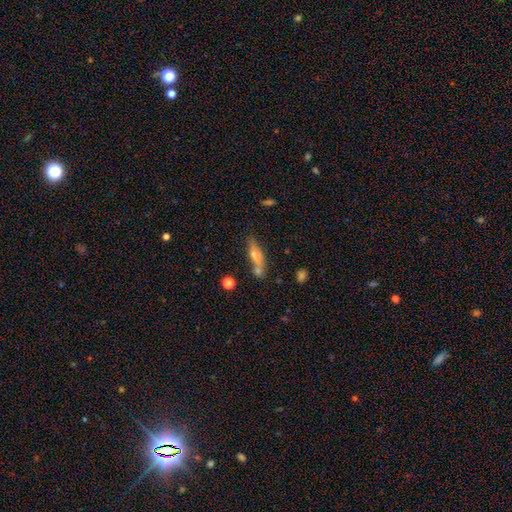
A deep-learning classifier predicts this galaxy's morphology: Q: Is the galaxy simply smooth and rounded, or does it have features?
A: smooth — 63%.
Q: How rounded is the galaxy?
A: cigar-shaped — 58%.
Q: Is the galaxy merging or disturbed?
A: none — 50%.